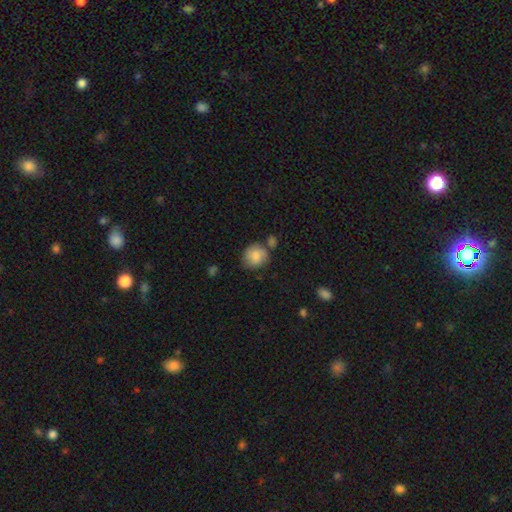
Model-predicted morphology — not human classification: type=smooth (79%); roundness=round (80%); merging=none (59%).